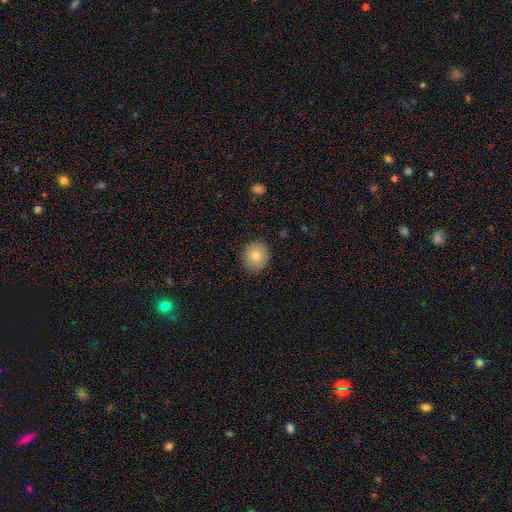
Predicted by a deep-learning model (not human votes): The model was most divided on "smooth or featured": smooth: 76%, featured or disk: 15%, star or artifact: 9%. More confident: merging — none (89%); how rounded — round (86%).